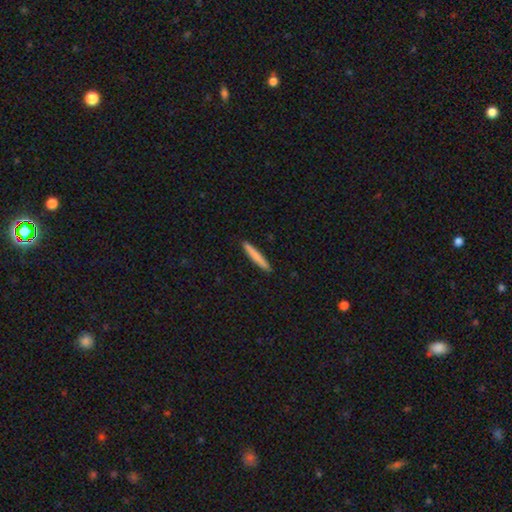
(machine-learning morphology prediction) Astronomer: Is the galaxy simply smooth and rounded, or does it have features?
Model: smooth — 77%.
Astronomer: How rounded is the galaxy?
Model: cigar-shaped — 96%.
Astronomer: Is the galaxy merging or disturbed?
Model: none — 92%.